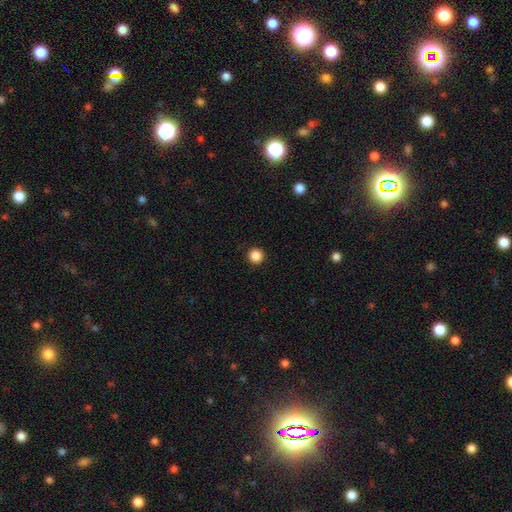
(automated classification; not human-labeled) Smooth or featured? Predicted: smooth (p=0.86). How rounded? Predicted: round (p=0.96). Merging? Predicted: none (p=0.93).